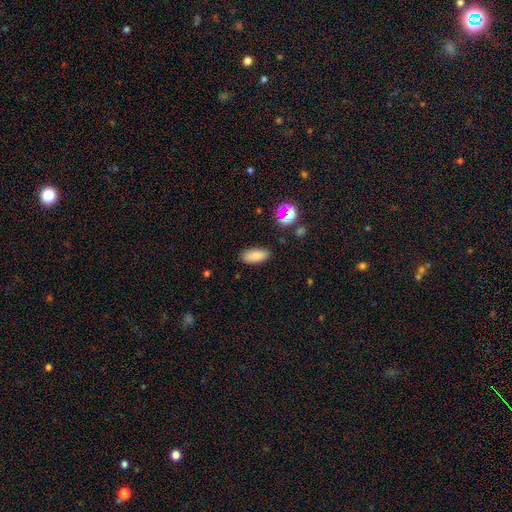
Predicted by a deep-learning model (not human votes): Smooth or featured?
  - smooth: 81% *
  - star or artifact: 10%
  - featured or disk: 9%
How rounded?
  - in between: 82% *
  - cigar-shaped: 15%
  - round: 3%
Merging?
  - none: 86% *
  - minor disturbance: 10%
  - major disturbance: 2%
  - merger: 2%